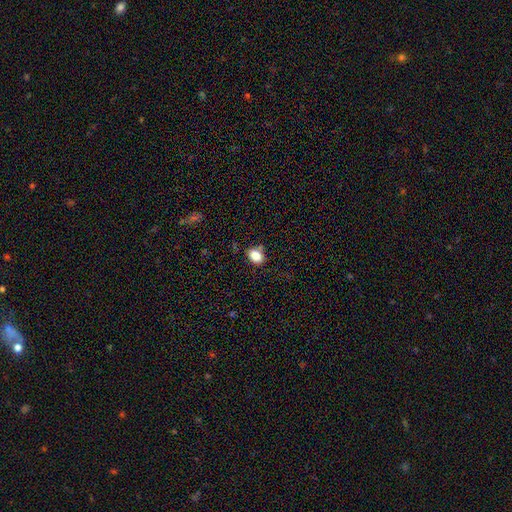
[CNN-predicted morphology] The model was most divided on "how rounded": in between: 71%, round: 27%, cigar-shaped: 1%. More confident: smooth or featured — smooth (85%); merging — none (71%).